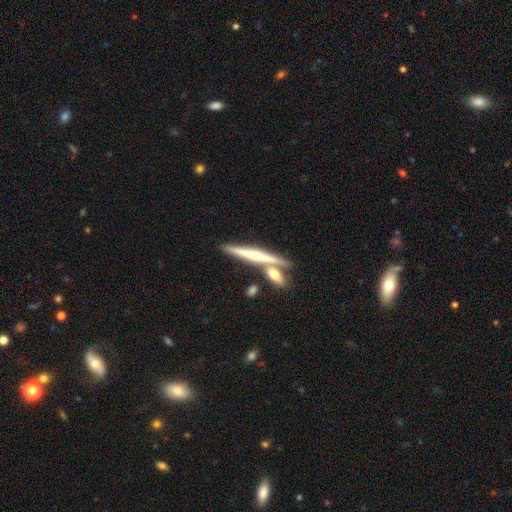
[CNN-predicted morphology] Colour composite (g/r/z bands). It shows a featured or disk galaxy (57%) viewed edge-on (94%) with no central bulge (53%). Merging: none (66%).